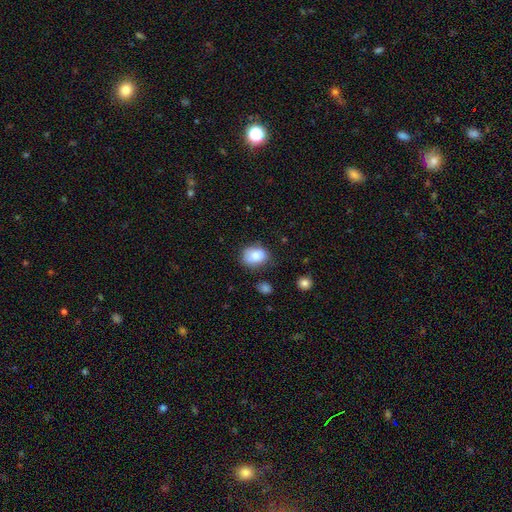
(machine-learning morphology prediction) The model was most divided on "how rounded": in between: 55%, round: 44%, cigar-shaped: 1%. More confident: smooth or featured — smooth (78%); merging — none (67%).